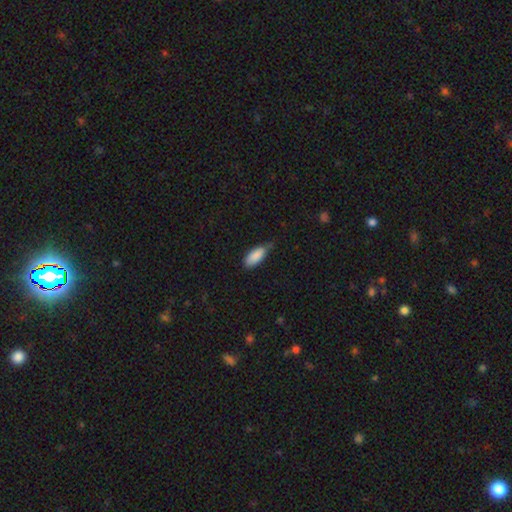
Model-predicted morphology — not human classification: type=smooth (87%); roundness=in between (85%); merging=minor disturbance (45%, tied with none).